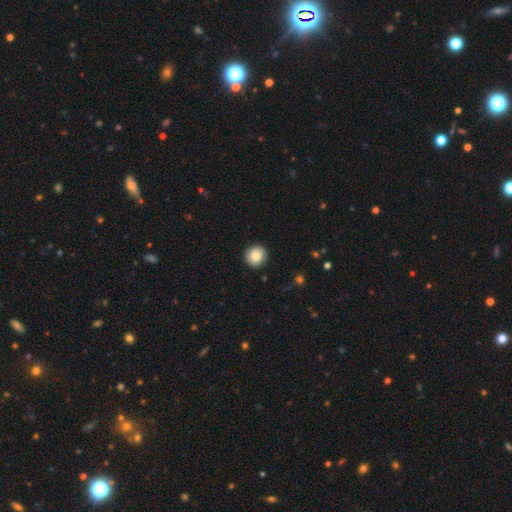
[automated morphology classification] Q: Smooth or featured?
A: smooth (83%); runner-up: featured or disk (9%)
Q: How rounded?
A: round (94%); runner-up: in between (6%)
Q: Merging?
A: none (91%); runner-up: minor disturbance (6%)